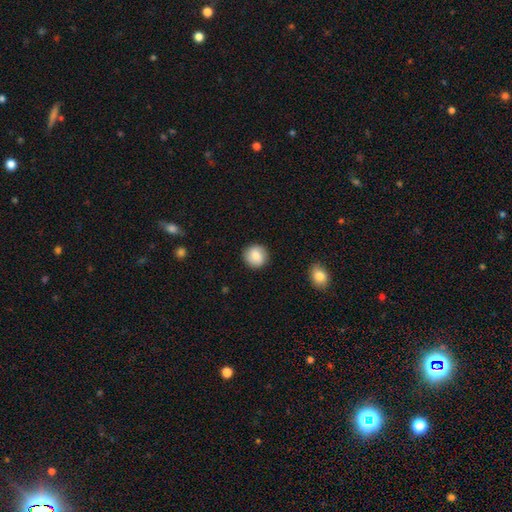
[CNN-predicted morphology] Smooth or featured? smooth (83%)
How rounded? round (92%)
Merging? none (90%)